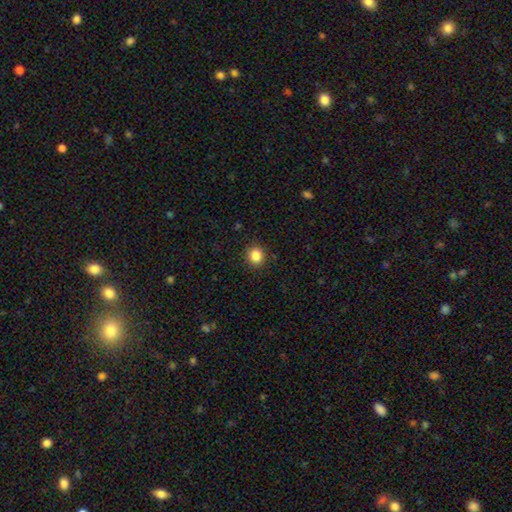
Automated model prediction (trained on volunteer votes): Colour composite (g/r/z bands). It shows a smooth galaxy with no disk features (85%) that is round (80%). Merging: none (90%).